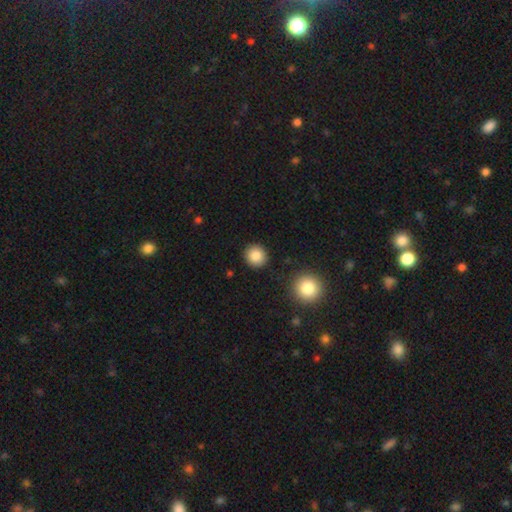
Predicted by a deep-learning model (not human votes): Overall: smooth (85%). How rounded: round (91%). Merging: none (90%).